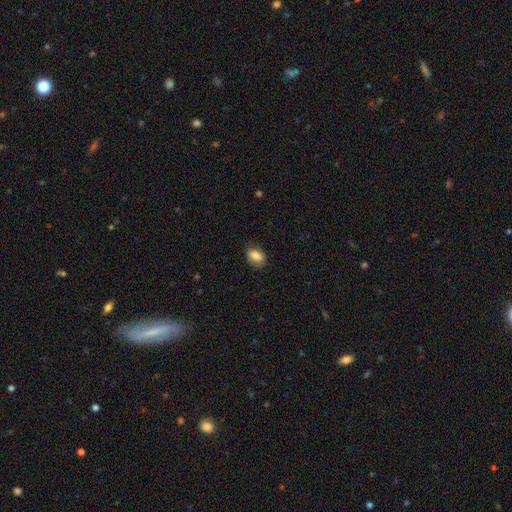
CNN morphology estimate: Smooth or featured? smooth (78%)
How rounded? in between (80%)
Merging? none (77%)